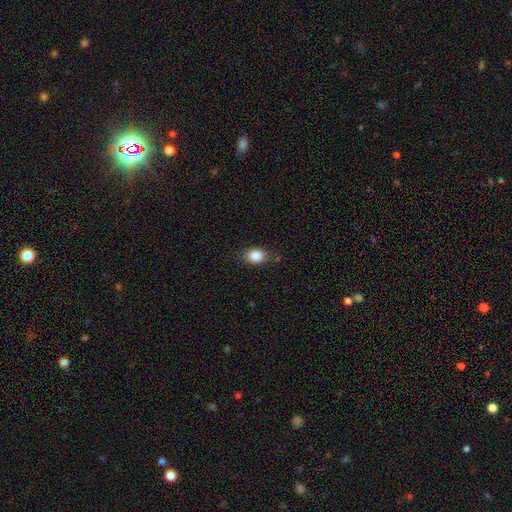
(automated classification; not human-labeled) A smooth galaxy with no disk features (85%) that is in between round and cigar-shaped (63%).

Vote fractions:
- Smooth or featured? smooth: 85% / star or artifact: 9% / featured or disk: 6%
- How rounded? in between: 63% / round: 35% / cigar-shaped: 1%
- Merging? none: 80% / minor disturbance: 15% / major disturbance: 3% / merger: 2%